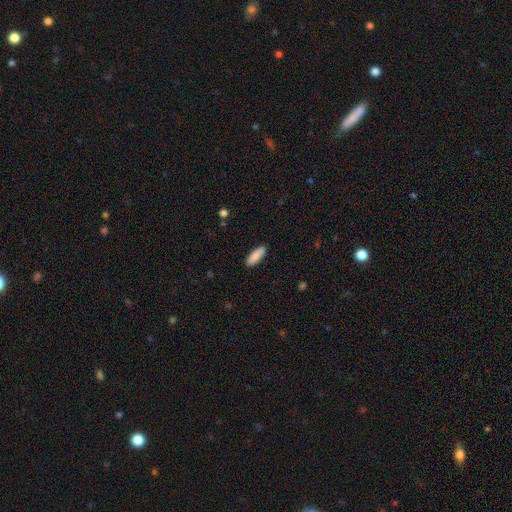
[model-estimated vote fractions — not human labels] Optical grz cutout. It shows a smooth galaxy with no disk features (86%) that is in between round and cigar-shaped (56%). Merging: none (89%).